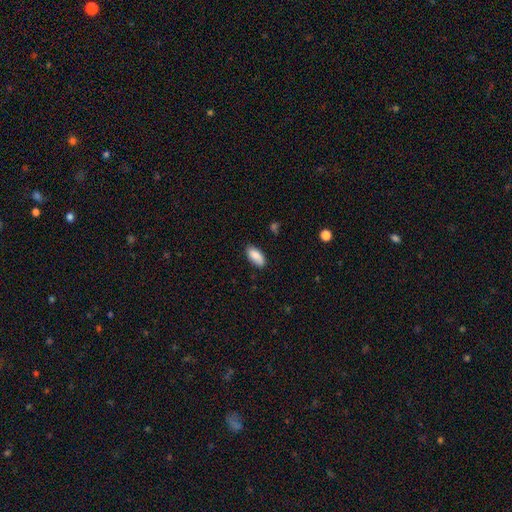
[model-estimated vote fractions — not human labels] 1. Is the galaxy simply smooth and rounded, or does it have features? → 87% smooth, 7% star or artifact, 6% featured or disk.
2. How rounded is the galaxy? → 91% in between, 6% cigar-shaped, 2% round.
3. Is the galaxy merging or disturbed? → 80% none, 15% minor disturbance, 3% major disturbance, 1% merger.